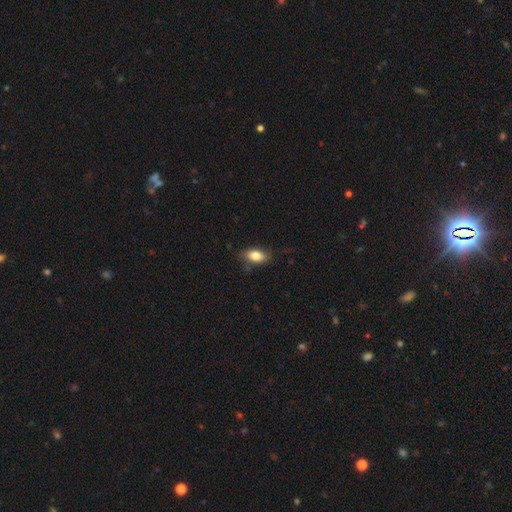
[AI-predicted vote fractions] Smooth or featured? Predicted: smooth (p=0.82). How rounded? Predicted: in between (p=0.88). Merging? Predicted: none (p=0.77).